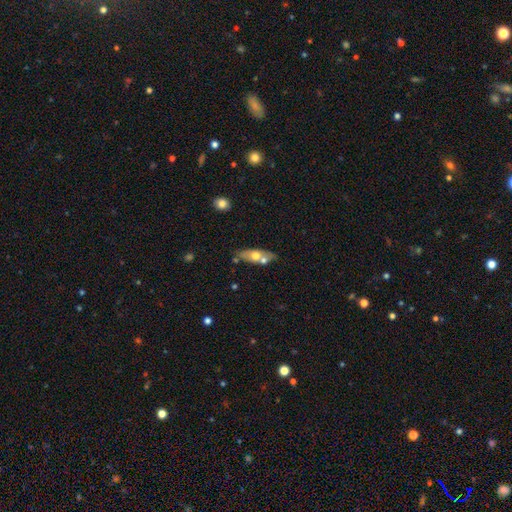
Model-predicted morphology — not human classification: Q: Smooth or featured?
A: smooth (54%); runner-up: featured or disk (40%)
Q: How rounded?
A: in between (69%); runner-up: cigar-shaped (27%)
Q: Merging?
A: none (58%); runner-up: merger (23%)